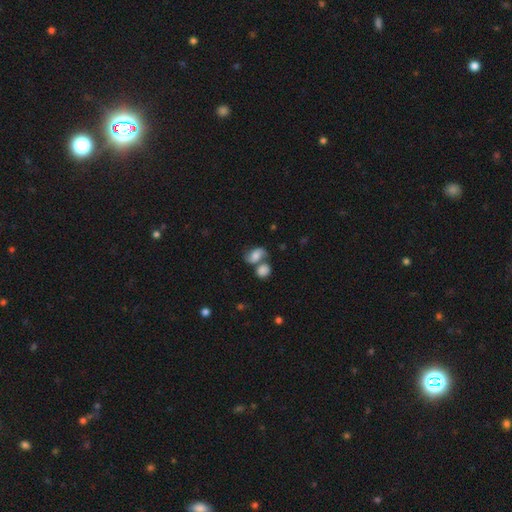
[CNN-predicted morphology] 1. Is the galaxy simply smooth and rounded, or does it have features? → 46% smooth, 43% featured or disk, 11% star or artifact.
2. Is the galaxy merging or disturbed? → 40% merger, 38% none, 14% minor disturbance, 8% major disturbance.